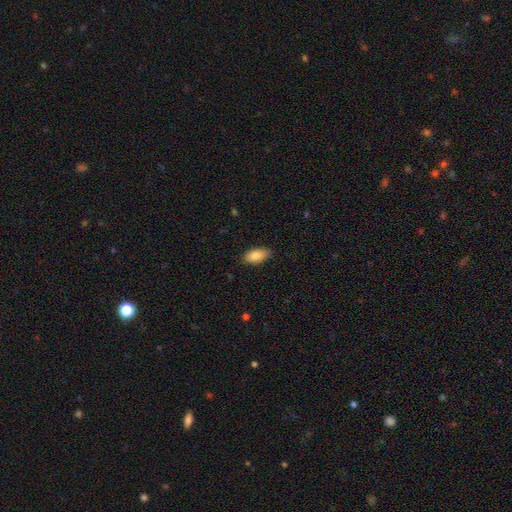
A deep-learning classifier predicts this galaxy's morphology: Q: Smooth or featured?
A: smooth (84%); runner-up: featured or disk (9%)
Q: How rounded?
A: in between (90%); runner-up: cigar-shaped (7%)
Q: Merging?
A: none (80%); runner-up: minor disturbance (17%)